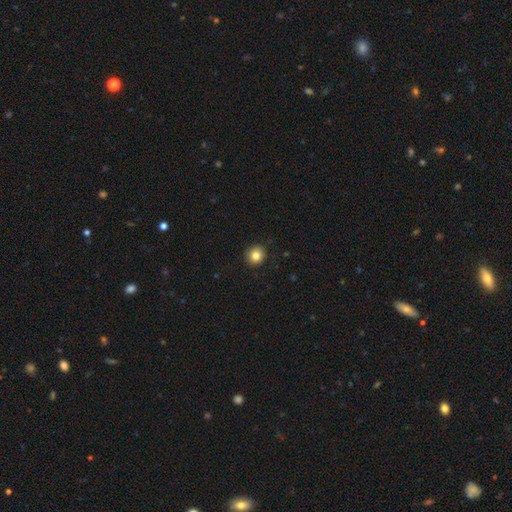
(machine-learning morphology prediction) Smooth or featured: smooth — 83% (star or artifact — 10%)
How rounded: round — 88% (in between — 11%)
Merging: none — 92% (minor disturbance — 6%)